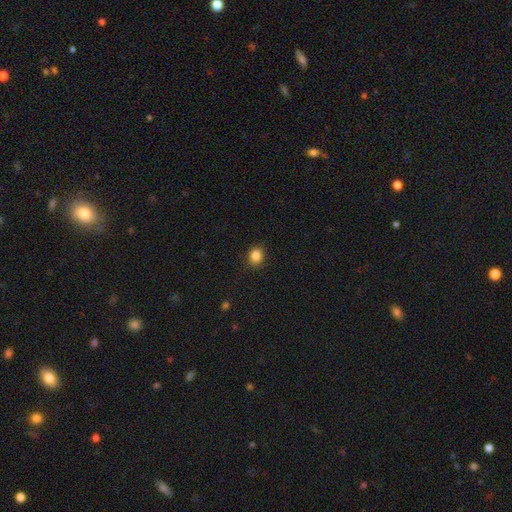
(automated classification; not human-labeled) Q: Smooth or featured?
A: smooth (85%); runner-up: star or artifact (11%)
Q: How rounded?
A: round (61%); runner-up: in between (38%)
Q: Merging?
A: none (89%); runner-up: minor disturbance (8%)